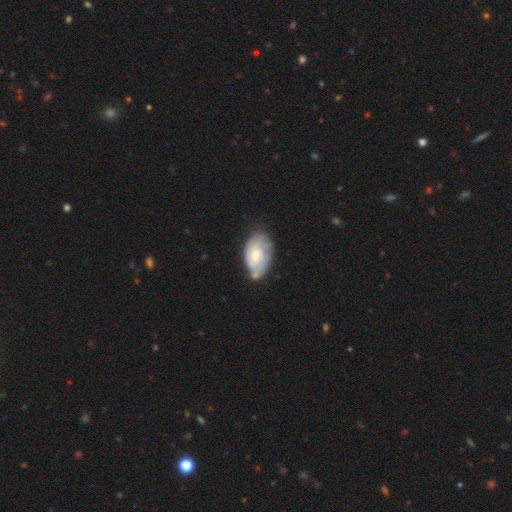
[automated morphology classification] A smooth galaxy with no disk features (52%) that is in between round and cigar-shaped (92%). Merging: none (52%).